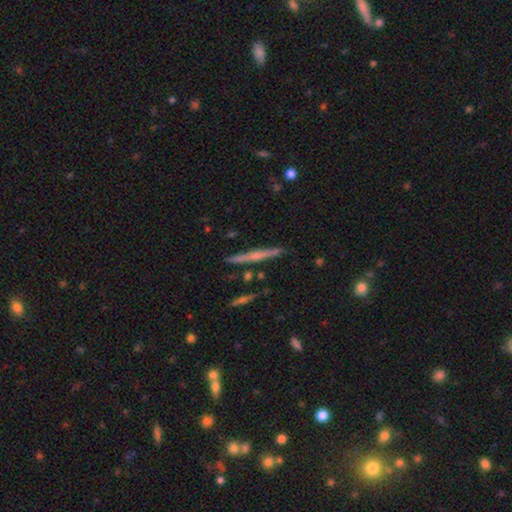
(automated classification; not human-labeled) This appears to be a featured or disk galaxy (55%) viewed edge-on (97%) with no central bulge (57%). Merging: none (89%).